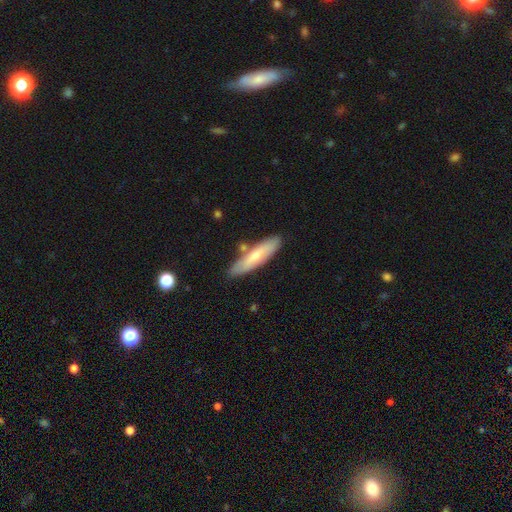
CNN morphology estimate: Overall: smooth (61%; featured or disk 33%). How rounded: cigar-shaped (71%). Merging: none (79%).